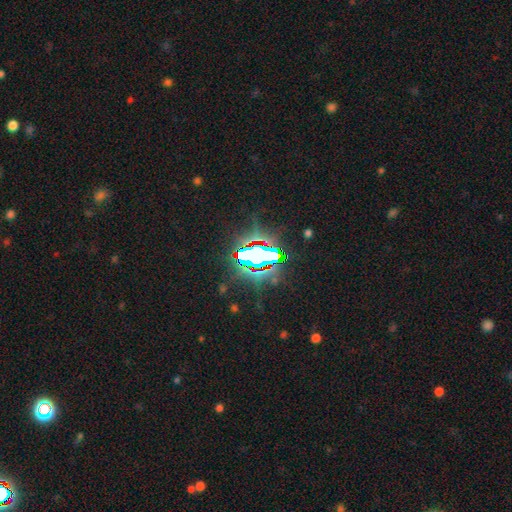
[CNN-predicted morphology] Smooth or featured?
  - star or artifact: 76% *
  - featured or disk: 12%
  - smooth: 12%